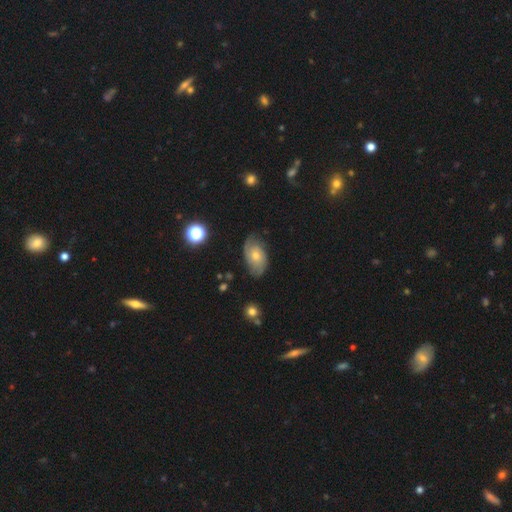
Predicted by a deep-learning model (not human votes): Q: Smooth or featured?
A: featured or disk (59%); runner-up: smooth (33%)
Q: Edge-on disk?
A: no (94%); runner-up: yes (6%)
Q: Bar?
A: no (78%); runner-up: weak (19%)
Q: Spiral arms?
A: yes (85%); runner-up: no (15%)
Q: Bulge size?
A: small (50%); runner-up: moderate (44%)
Q: Merging?
A: none (69%); runner-up: minor disturbance (23%)